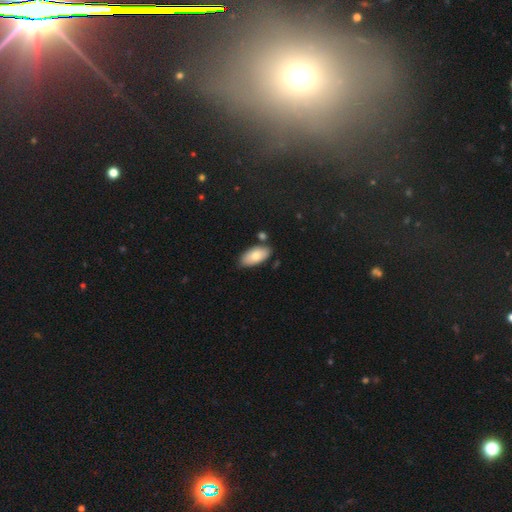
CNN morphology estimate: smooth_or_featured: smooth (p=0.79) [alt: featured or disk p=0.14]
how_rounded: in between (p=0.93) [alt: cigar-shaped p=0.04]
merging: none (p=0.79) [alt: minor disturbance p=0.13]